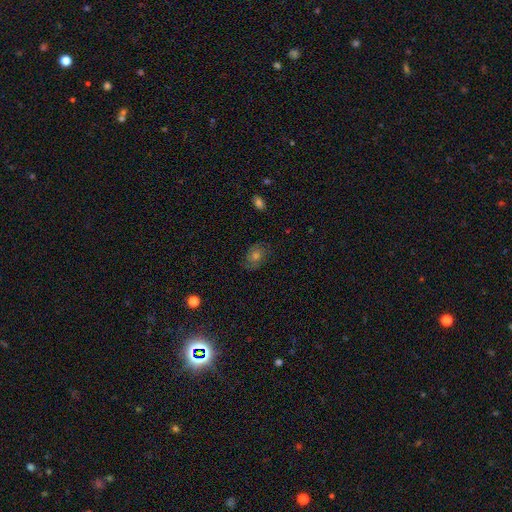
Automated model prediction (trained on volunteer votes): Smooth or featured? smooth (41%)
Merging? none (78%)